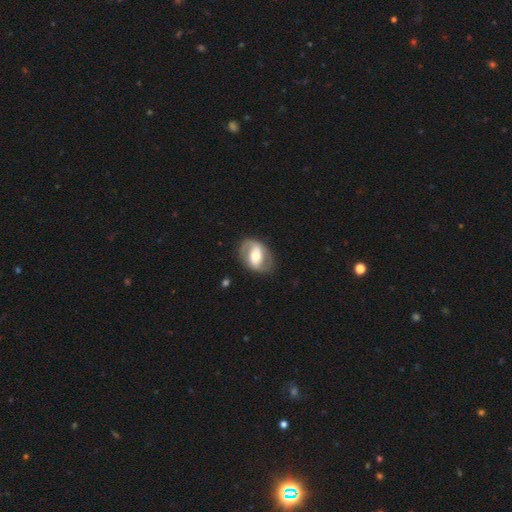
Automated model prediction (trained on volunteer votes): A featured or disk galaxy (74%) with a strong bar (40%), 2 (87%) medium (46%) spiral arms (80%) and a moderate central bulge (66%).

Vote fractions:
- Smooth or featured? featured or disk: 74% / smooth: 20% / star or artifact: 5%
- Edge-on disk? no: 96% / yes: 4%
- Bar? strong: 40% / weak: 34% / no: 26%
- Spiral arms? yes: 80% / no: 20%
- Spiral winding? medium: 46% / loose: 28% / tight: 26%
- Spiral arm count? 2: 87% / can't tell: 7% / 1: 4% / 3: 1% / 4: 1% / more than 4: 1%
- Bulge size? moderate: 66% / small: 18% / large: 13% / dominant: 2% / none: 1%
- Merging? none: 79% / minor disturbance: 13% / major disturbance: 6% / merger: 1%